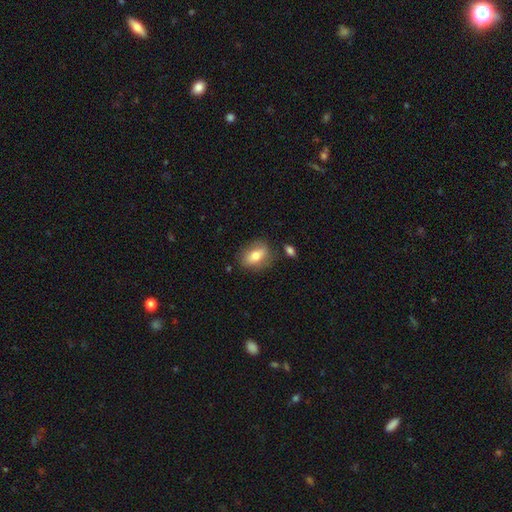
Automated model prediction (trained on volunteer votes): Morphology: type=smooth (67%); roundness=in between (76%); merging=none (76%).